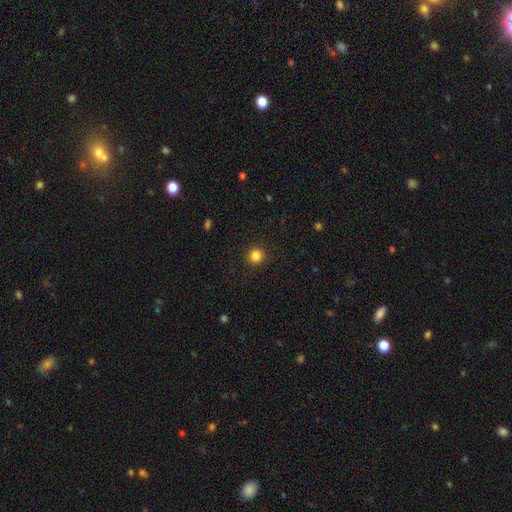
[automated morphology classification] Smooth or featured?
  - smooth: 84% *
  - star or artifact: 12%
  - featured or disk: 4%
How rounded?
  - round: 95% *
  - in between: 4%
  - cigar-shaped: 1%
Merging?
  - none: 92% *
  - minor disturbance: 5%
  - major disturbance: 2%
  - merger: 1%